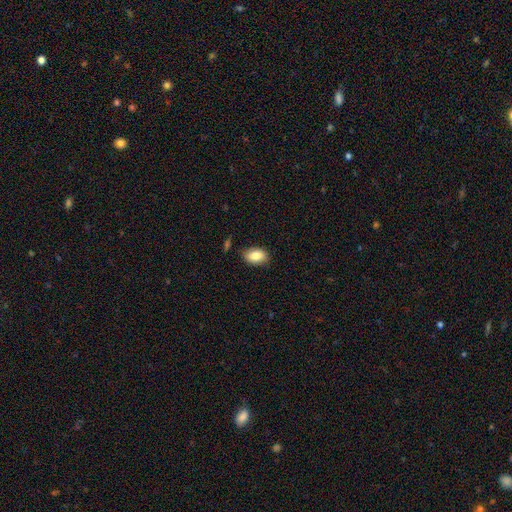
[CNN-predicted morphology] smooth_or_featured: smooth (p=0.84) [alt: featured or disk p=0.08]
how_rounded: in between (p=0.87) [alt: round p=0.12]
merging: none (p=0.83) [alt: minor disturbance p=0.12]